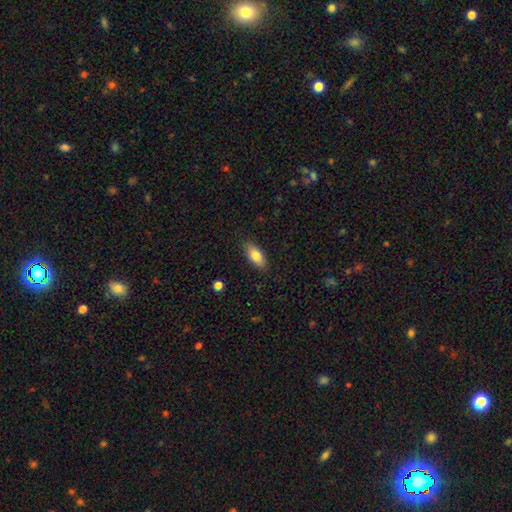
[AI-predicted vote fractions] A smooth galaxy with no disk features (80%) that is in between round and cigar-shaped (85%). Merging: none (86%).